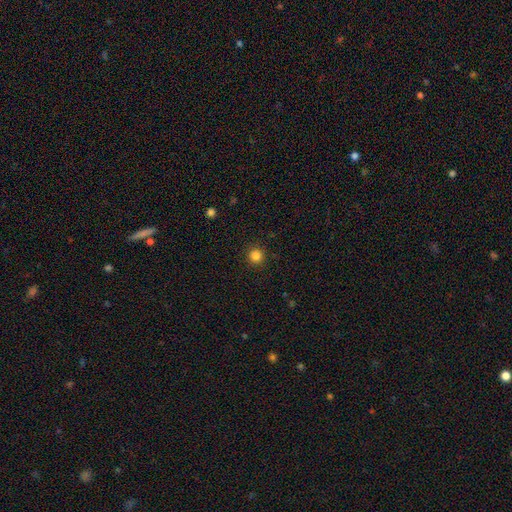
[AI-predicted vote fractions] A smooth galaxy with no disk features (84%) that is round (95%). Merging: none (92%).